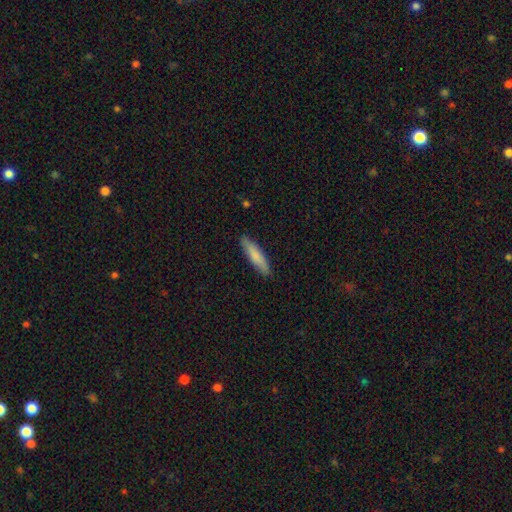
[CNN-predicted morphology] smooth-or-featured: smooth: 80% | featured or disk: 14% | star or artifact: 6%
  how-rounded: cigar-shaped: 78% | in between: 20% | round: 1%
  merging: none: 88% | minor disturbance: 10% | major disturbance: 2% | merger: 1%